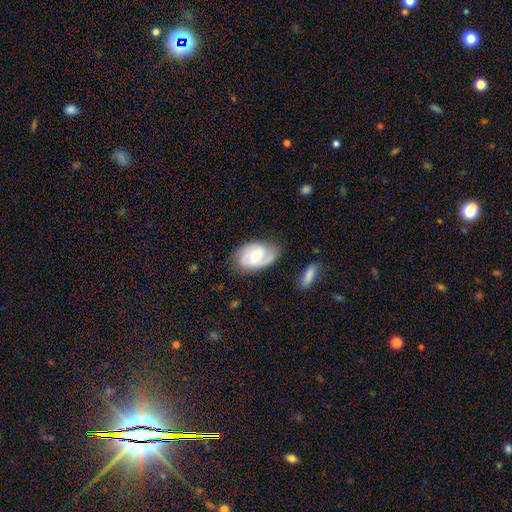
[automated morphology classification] Smooth or featured? Predicted: featured or disk (p=0.62). Edge-on disk? Predicted: no (p=0.96). Bar? Predicted: no (p=0.50). Spiral arms? Predicted: yes (p=0.89). Spiral winding? Predicted: medium (p=0.44). Spiral arm count? Predicted: 2 (p=0.67). Bulge size? Predicted: moderate (p=0.54). Merging? Predicted: none (p=0.70).